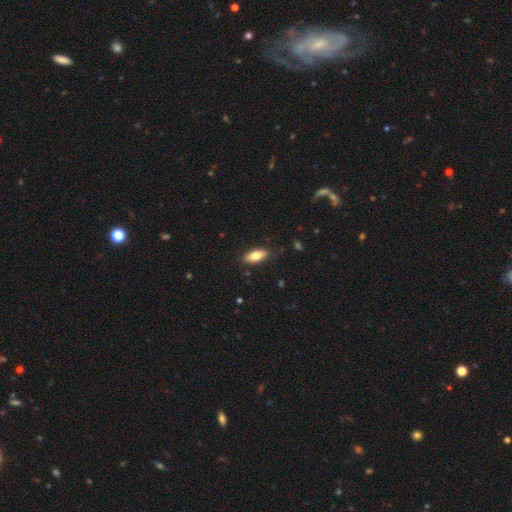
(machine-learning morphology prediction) Q: Smooth or featured?
A: smooth (78%); runner-up: featured or disk (15%)
Q: How rounded?
A: in between (83%); runner-up: cigar-shaped (14%)
Q: Merging?
A: none (86%); runner-up: minor disturbance (10%)